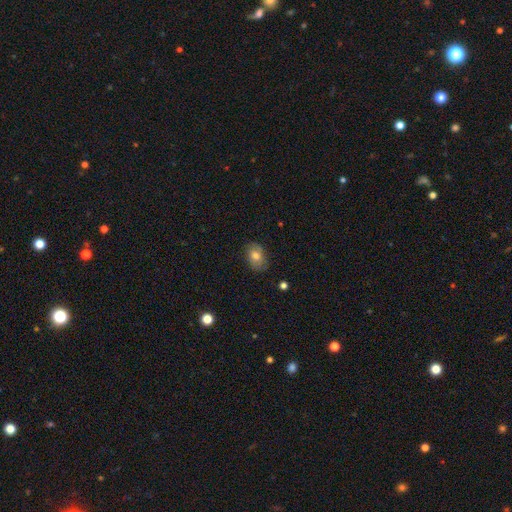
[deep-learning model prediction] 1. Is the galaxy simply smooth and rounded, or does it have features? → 76% smooth, 15% featured or disk, 9% star or artifact.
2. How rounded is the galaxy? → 80% in between, 18% round, 1% cigar-shaped.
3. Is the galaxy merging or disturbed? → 78% none, 17% minor disturbance, 4% major disturbance, 1% merger.